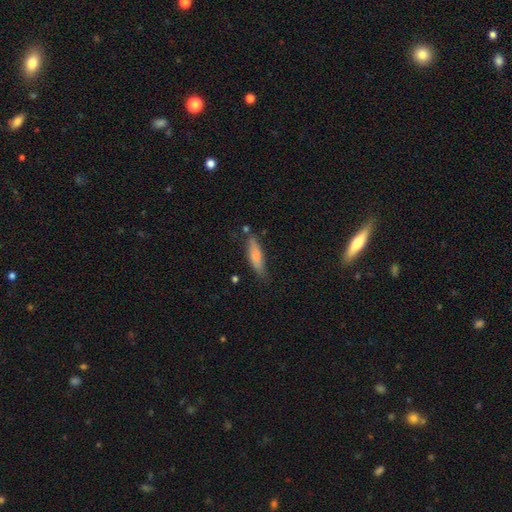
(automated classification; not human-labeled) A smooth galaxy with no disk features (77%) that is cigar-shaped (63%). Merging: none (70%).